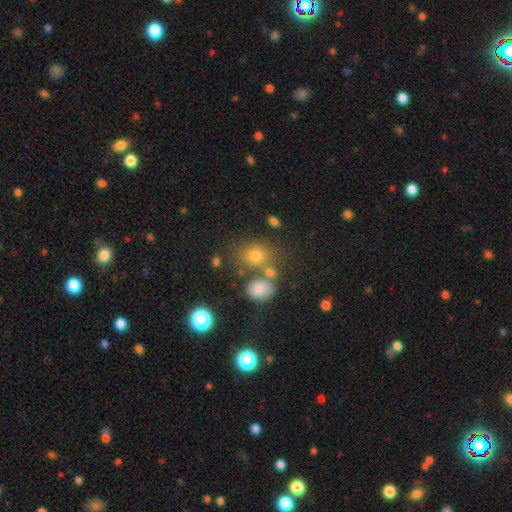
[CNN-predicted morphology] The model was most divided on "how rounded": round: 58%, in between: 41%, cigar-shaped: 1%. More confident: smooth or featured — smooth (70%); merging — none (58%).